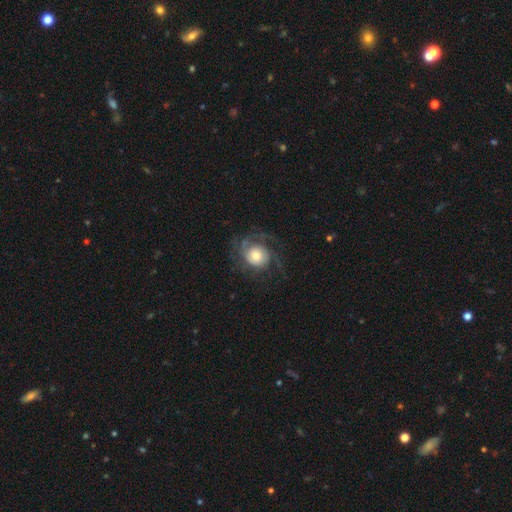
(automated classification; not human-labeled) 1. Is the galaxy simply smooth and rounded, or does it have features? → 69% featured or disk, 23% smooth, 8% star or artifact.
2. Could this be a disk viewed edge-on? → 98% no, 2% yes.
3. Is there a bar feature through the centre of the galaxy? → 81% no, 16% weak, 3% strong.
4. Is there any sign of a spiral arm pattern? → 91% yes, 9% no.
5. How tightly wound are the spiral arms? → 40% medium, 38% tight, 22% loose.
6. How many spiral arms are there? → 27% can't tell, 25% 2, 22% 3, 10% 4, 10% 1, 7% more than 4.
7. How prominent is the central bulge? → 42% large, 39% moderate, 10% small, 8% dominant, 2% none.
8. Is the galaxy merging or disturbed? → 62% none, 20% major disturbance, 16% minor disturbance, 1% merger.